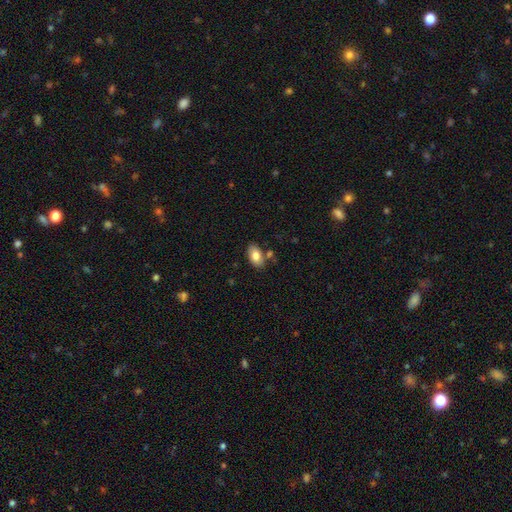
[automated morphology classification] smooth_or_featured: smooth (p=0.81) [alt: featured or disk p=0.12]
how_rounded: in between (p=0.93) [alt: round p=0.05]
merging: none (p=0.75) [alt: minor disturbance p=0.13]